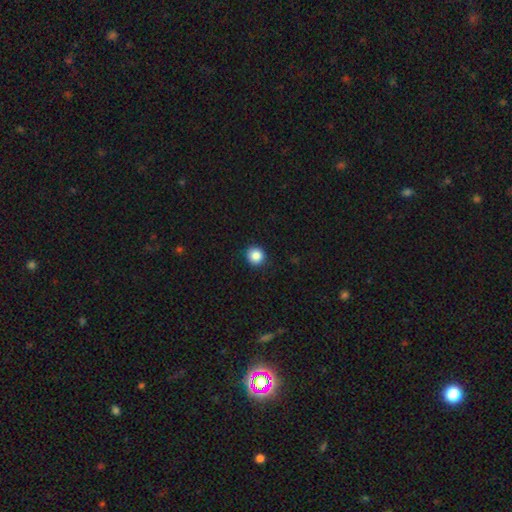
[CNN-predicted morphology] This appears to be a smooth galaxy with no disk features (86%) that is round (92%). Merging: none (91%).